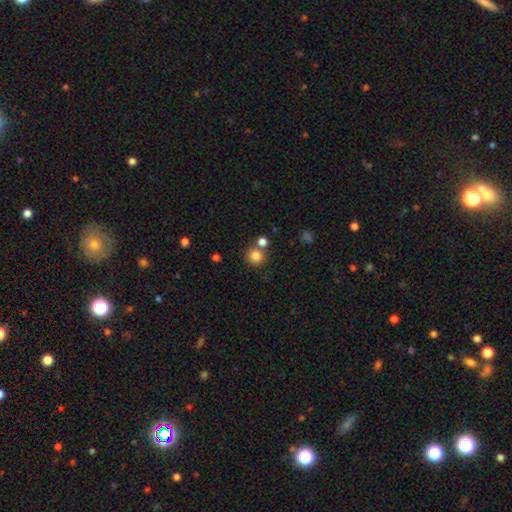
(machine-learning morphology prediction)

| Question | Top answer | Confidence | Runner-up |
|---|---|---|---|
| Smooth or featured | smooth | 83% | star or artifact (12%) |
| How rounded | round | 92% | in between (7%) |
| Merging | none | 71% | merger (18%) |